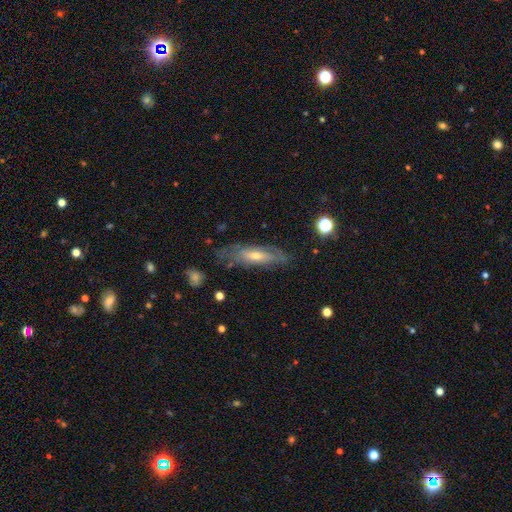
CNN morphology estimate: A featured or disk galaxy (61%). Merging: none (69%).